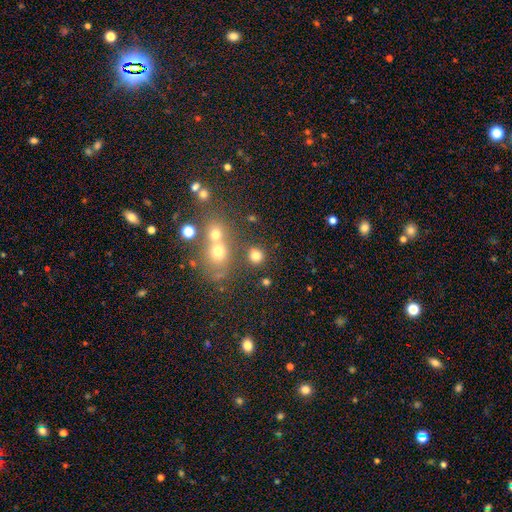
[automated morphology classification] Smooth or featured? smooth (76%)
How rounded? round (90%)
Merging? none (71%)